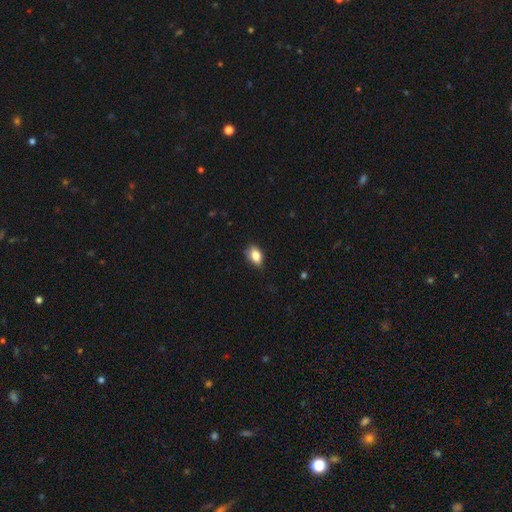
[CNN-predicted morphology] smooth-or-featured: smooth: 83% | featured or disk: 9% | star or artifact: 8%
  how-rounded: in between: 84% | round: 14% | cigar-shaped: 2%
  merging: none: 76% | minor disturbance: 20% | major disturbance: 3% | merger: 1%